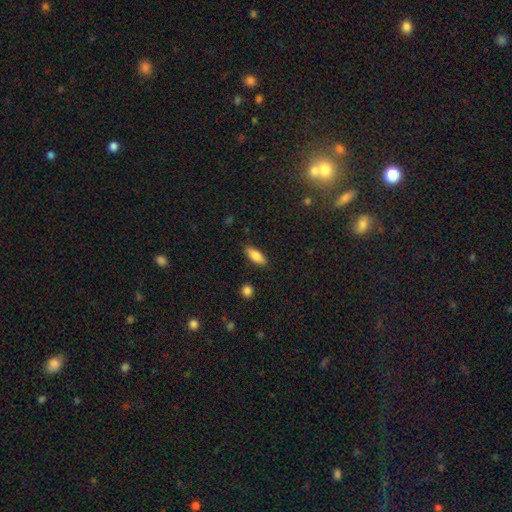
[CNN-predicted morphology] This is clearly a smooth galaxy (80%). How rounded: likely in between (72%). Merging: clearly none (86%).